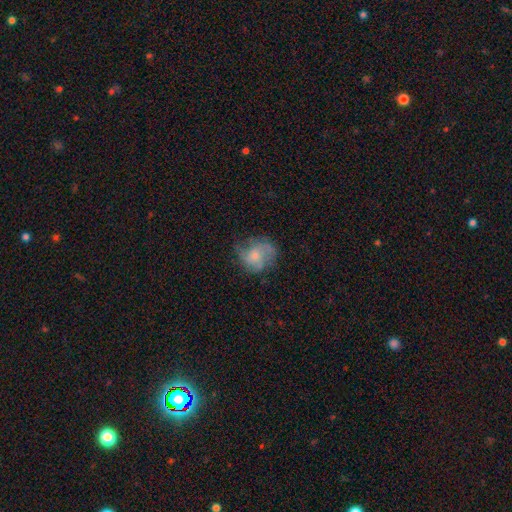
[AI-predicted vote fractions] Smooth or featured?
  - featured or disk: 46% *
  - smooth: 45%
  - star or artifact: 9%
Merging?
  - none: 52% *
  - minor disturbance: 28%
  - major disturbance: 18%
  - merger: 2%